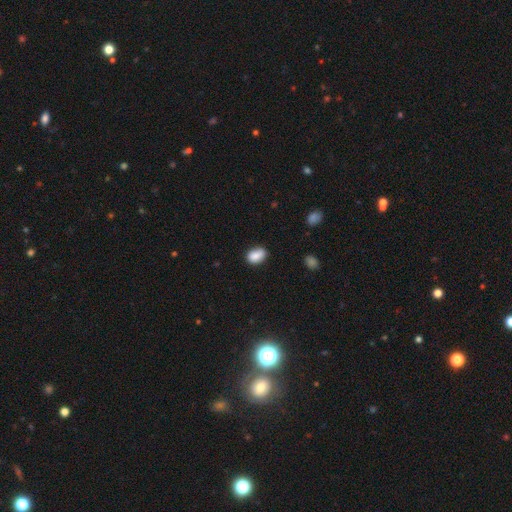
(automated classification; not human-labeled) smooth-or-featured: smooth: 85% | star or artifact: 8% | featured or disk: 7%
  how-rounded: in between: 80% | round: 19% | cigar-shaped: 2%
  merging: none: 71% | minor disturbance: 22% | major disturbance: 4% | merger: 3%